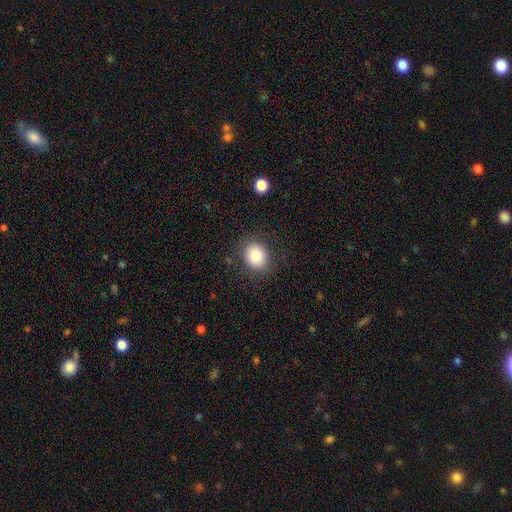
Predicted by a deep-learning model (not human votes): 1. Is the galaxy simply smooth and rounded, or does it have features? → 81% smooth, 10% star or artifact, 9% featured or disk.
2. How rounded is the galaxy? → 70% round, 29% in between, 1% cigar-shaped.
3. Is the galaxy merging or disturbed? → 86% none, 9% minor disturbance, 3% major disturbance, 1% merger.